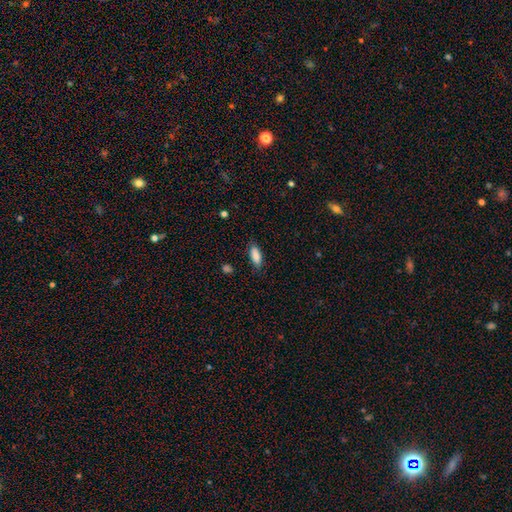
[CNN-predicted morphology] Smooth or featured? smooth (86%)
How rounded? in between (79%)
Merging? none (81%)